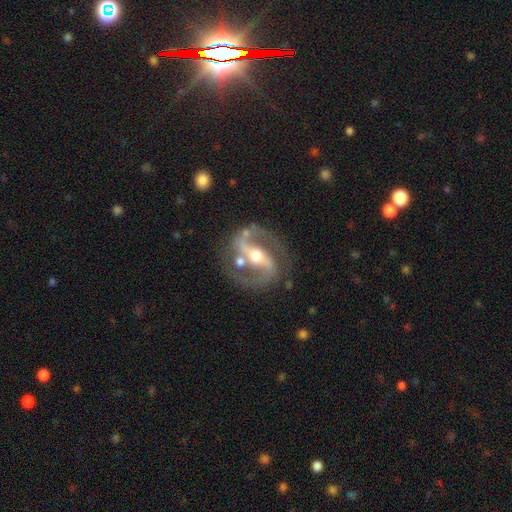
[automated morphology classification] type=featured or disk (92%); edge-on=no (97%); bar=strong (62%); spiral arms=yes (97%); winding=medium (61%); arm count=2 (94%); bulge=moderate (66%); merging=none (80%).